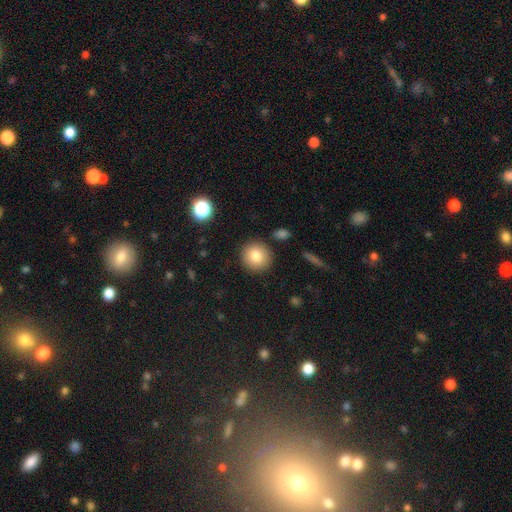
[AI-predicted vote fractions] A smooth galaxy with no disk features (81%) that is round (92%).

Vote fractions:
- Smooth or featured? smooth: 81% / star or artifact: 10% / featured or disk: 9%
- How rounded? round: 92% / in between: 7% / cigar-shaped: 1%
- Merging? none: 89% / minor disturbance: 7% / major disturbance: 2% / merger: 2%